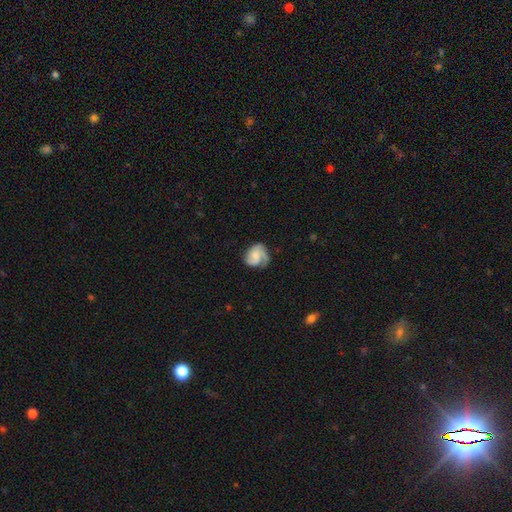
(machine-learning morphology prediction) type=featured or disk (66%); edge-on=no (98%); bar=no (64%); spiral arms=yes (94%); winding=medium (43%); arm count=2 (45%); bulge=small (42%); merging=none (60%).